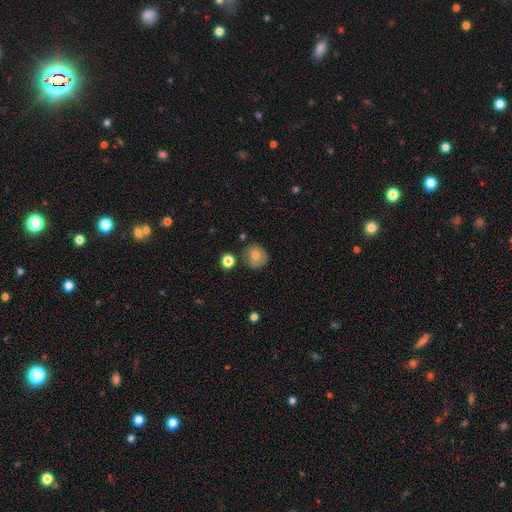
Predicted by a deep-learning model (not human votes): smooth-or-featured: smooth: 79% | featured or disk: 12% | star or artifact: 10%
  how-rounded: round: 87% | in between: 12% | cigar-shaped: 1%
  merging: none: 78% | minor disturbance: 14% | merger: 5% | major disturbance: 3%